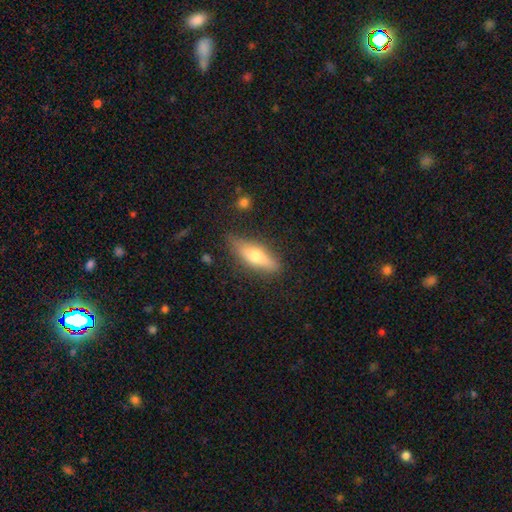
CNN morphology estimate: A featured or disk galaxy (47%). Merging: none (81%).